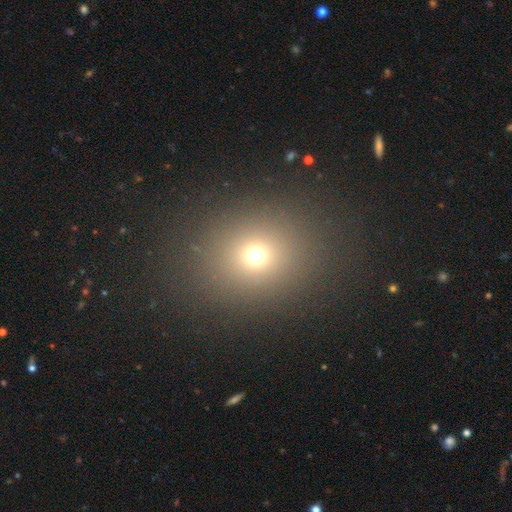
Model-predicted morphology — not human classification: Overall: smooth (68%). How rounded: round (69%; in between 30%). Merging: none (85%).